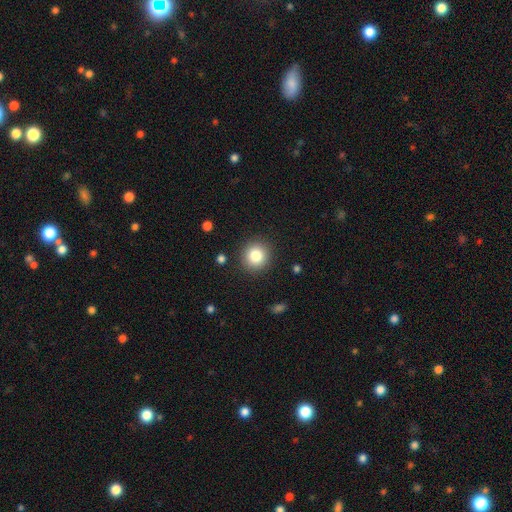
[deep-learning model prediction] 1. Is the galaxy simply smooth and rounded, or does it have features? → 82% smooth, 10% star or artifact, 8% featured or disk.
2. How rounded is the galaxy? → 93% round, 6% in between, 1% cigar-shaped.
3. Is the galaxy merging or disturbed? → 90% none, 6% minor disturbance, 2% major disturbance, 1% merger.